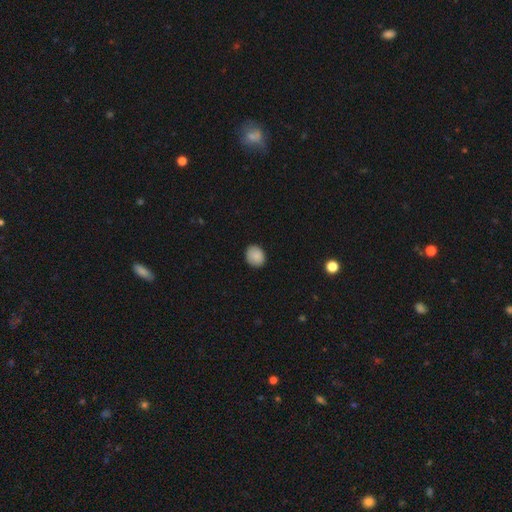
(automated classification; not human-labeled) Overall: smooth (88%). How rounded: round (63%; in between 36%). Merging: none (86%).